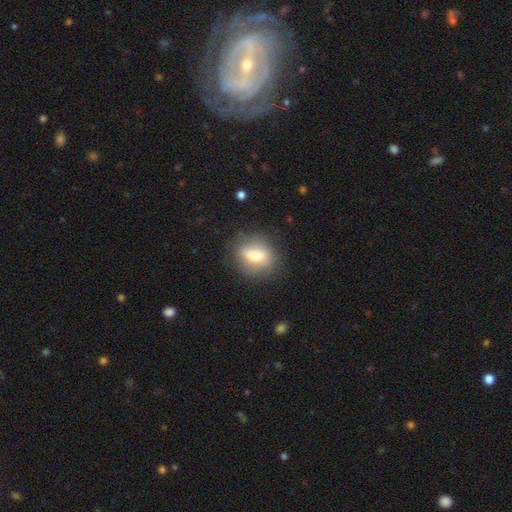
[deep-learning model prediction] A smooth galaxy with no disk features (64%) that is round (53%).

Vote fractions:
- Smooth or featured? smooth: 64% / featured or disk: 26% / star or artifact: 9%
- How rounded? round: 53% / in between: 44% / cigar-shaped: 3%
- Merging? none: 76% / minor disturbance: 16% / major disturbance: 6% / merger: 2%